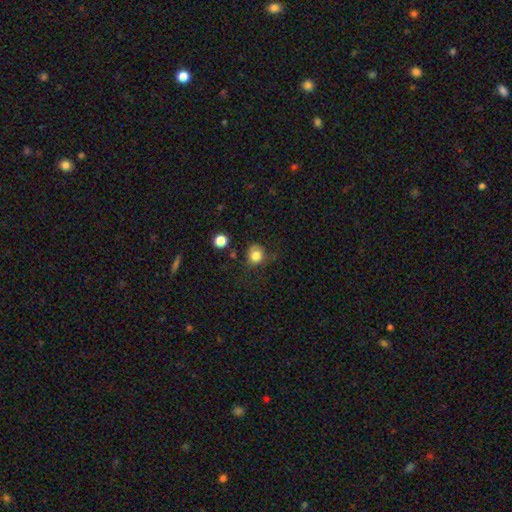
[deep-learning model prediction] Morphology: type=smooth (81%); roundness=round (79%); merging=none (58%).